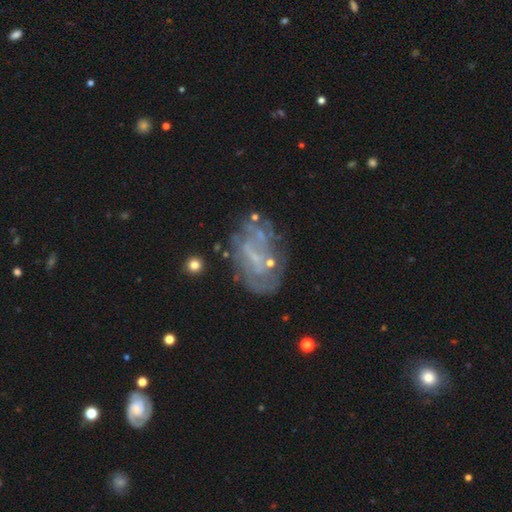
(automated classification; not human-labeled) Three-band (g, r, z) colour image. It shows a featured or disk galaxy (69%) with no bar (45%), no spiral arms (53%) and no central bulge (48%). Merging: none (57%).